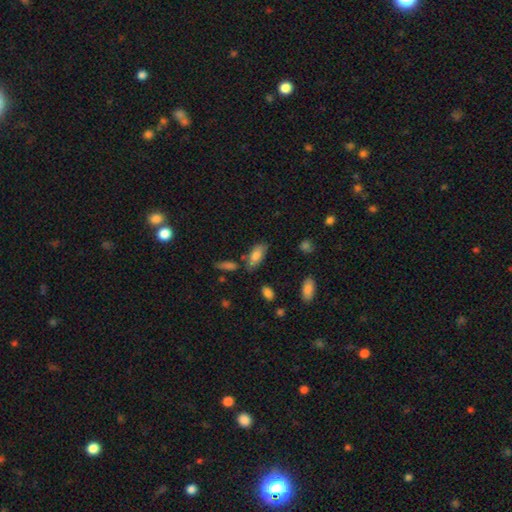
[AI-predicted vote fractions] The model was most divided on "merging": none: 70%, minor disturbance: 17%, merger: 9%, major disturbance: 4%. More confident: how rounded — in between (85%); smooth or featured — smooth (78%).